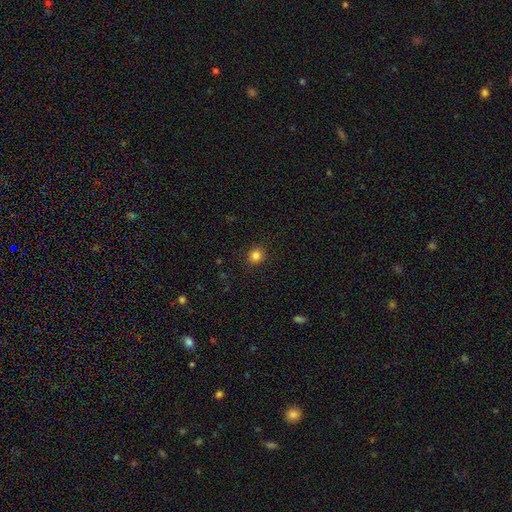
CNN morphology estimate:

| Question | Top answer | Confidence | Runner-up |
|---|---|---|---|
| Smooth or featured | smooth | 84% | star or artifact (12%) |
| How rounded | round | 84% | in between (15%) |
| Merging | none | 90% | minor disturbance (7%) |